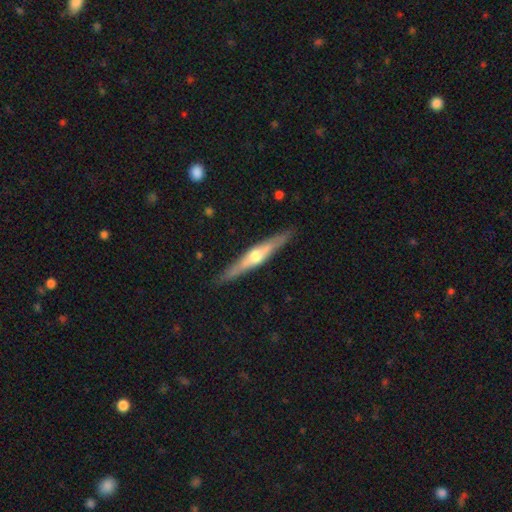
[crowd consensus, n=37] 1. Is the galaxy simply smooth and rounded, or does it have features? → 73% featured or disk, 24% smooth, 3% star or artifact.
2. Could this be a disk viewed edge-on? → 93% yes, 7% no.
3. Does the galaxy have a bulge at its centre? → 92% rounded, 4% boxy, 4% none.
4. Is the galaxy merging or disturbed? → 94% none, 3% minor disturbance, 3% major disturbance, 0% merger.